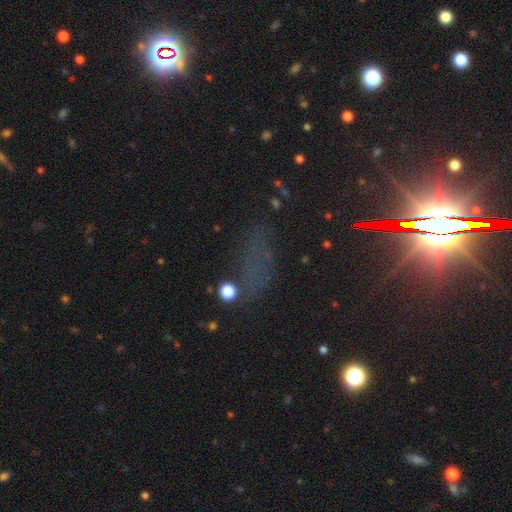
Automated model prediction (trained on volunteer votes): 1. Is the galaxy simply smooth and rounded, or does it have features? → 62% star or artifact, 20% smooth, 19% featured or disk.